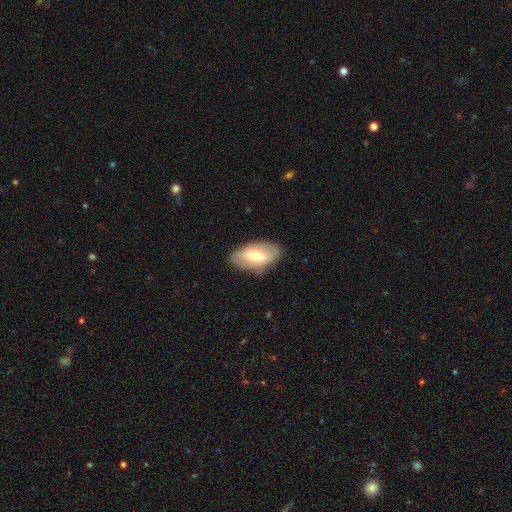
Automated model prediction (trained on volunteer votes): smooth_or_featured: smooth (p=0.56) [alt: featured or disk p=0.37]
how_rounded: in between (p=0.92) [alt: round p=0.05]
merging: none (p=0.79) [alt: minor disturbance p=0.16]